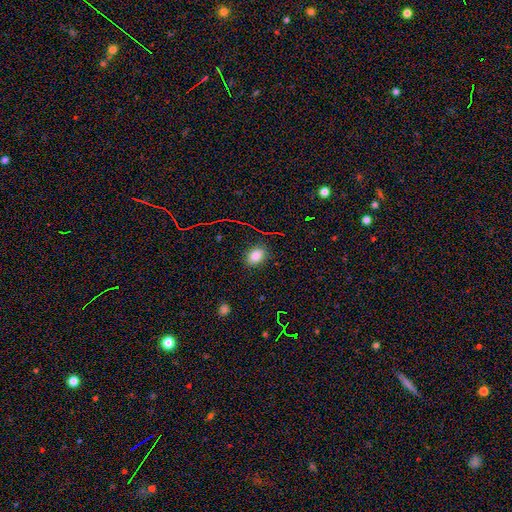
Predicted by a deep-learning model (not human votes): Smooth or featured? Predicted: smooth (p=0.81). How rounded? Predicted: in between (p=0.72). Merging? Predicted: none (p=0.85).